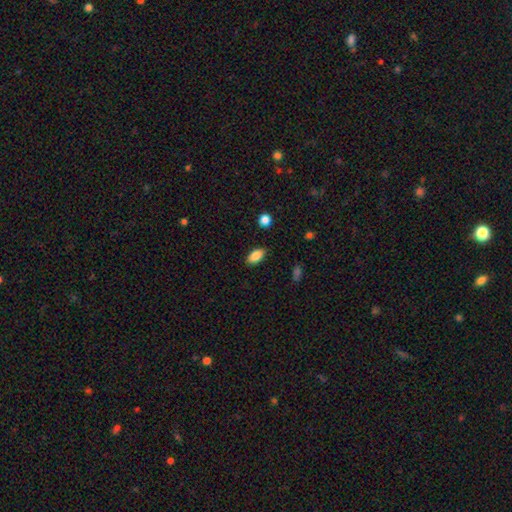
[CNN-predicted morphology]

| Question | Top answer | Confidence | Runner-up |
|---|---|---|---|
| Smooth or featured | smooth | 86% | star or artifact (8%) |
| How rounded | in between | 91% | cigar-shaped (5%) |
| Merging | none | 86% | minor disturbance (10%) |